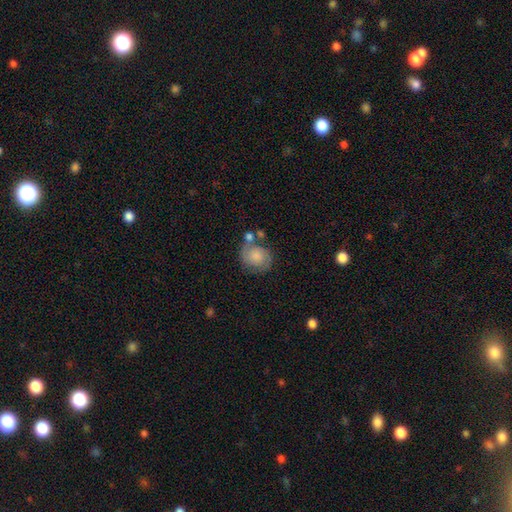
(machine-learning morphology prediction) smooth_or_featured: featured or disk (p=0.46) [alt: smooth p=0.45]
merging: none (p=0.52) [alt: minor disturbance p=0.21]